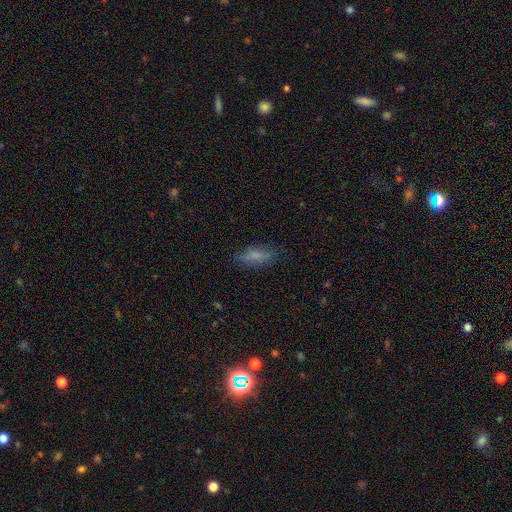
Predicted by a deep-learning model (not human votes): Smooth or featured? Predicted: smooth (p=0.77). How rounded? Predicted: in between (p=0.71). Merging? Predicted: none (p=0.81).